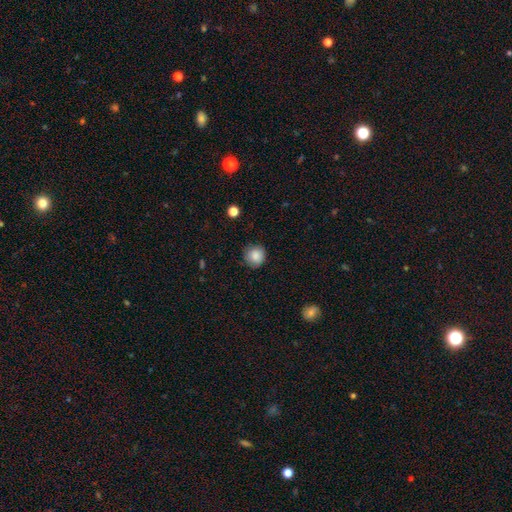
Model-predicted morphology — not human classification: Q: Smooth or featured?
A: smooth (85%); runner-up: star or artifact (9%)
Q: How rounded?
A: round (91%); runner-up: in between (8%)
Q: Merging?
A: none (84%); runner-up: minor disturbance (12%)